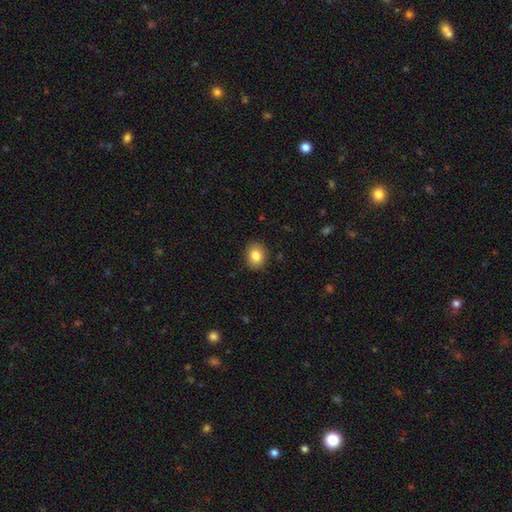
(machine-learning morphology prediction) type=smooth (84%); roundness=round (56%); merging=none (89%).